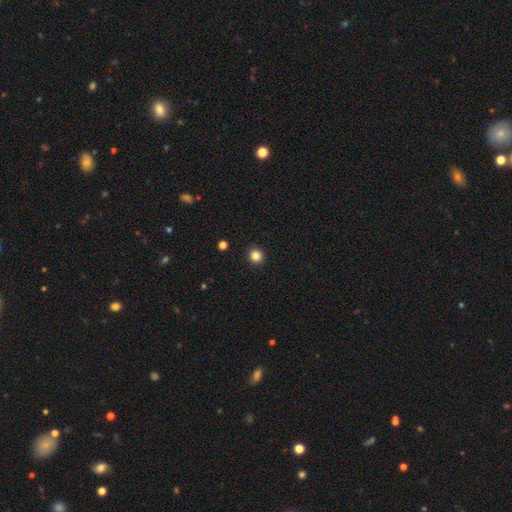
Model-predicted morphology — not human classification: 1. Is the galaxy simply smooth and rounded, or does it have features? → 84% smooth, 12% star or artifact, 4% featured or disk.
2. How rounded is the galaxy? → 94% round, 5% in between, 1% cigar-shaped.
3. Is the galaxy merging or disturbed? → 93% none, 4% minor disturbance, 2% major disturbance, 1% merger.